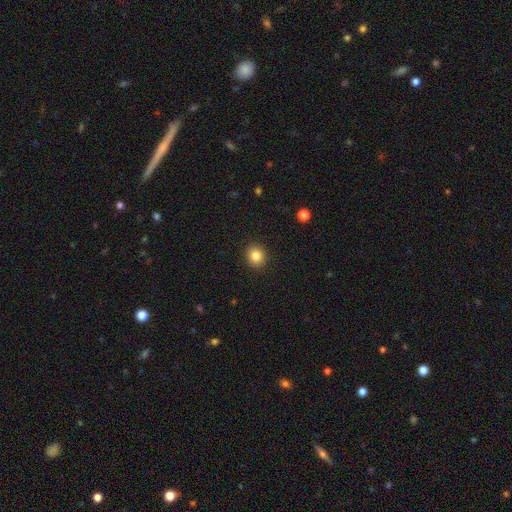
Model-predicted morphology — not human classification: This appears to be a smooth galaxy with no disk features (84%) that is round (81%). Merging: none (92%).